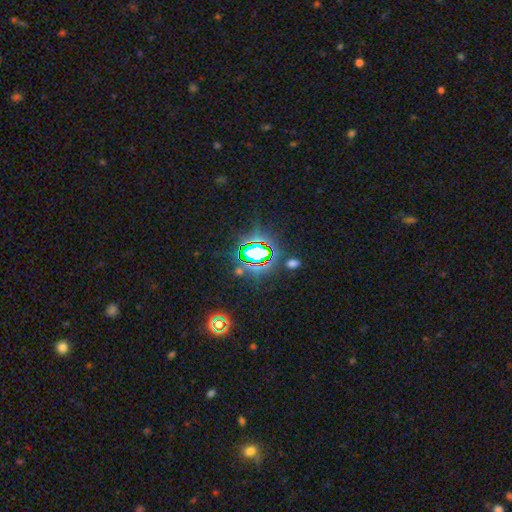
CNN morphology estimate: Smooth or featured? star or artifact (75%)